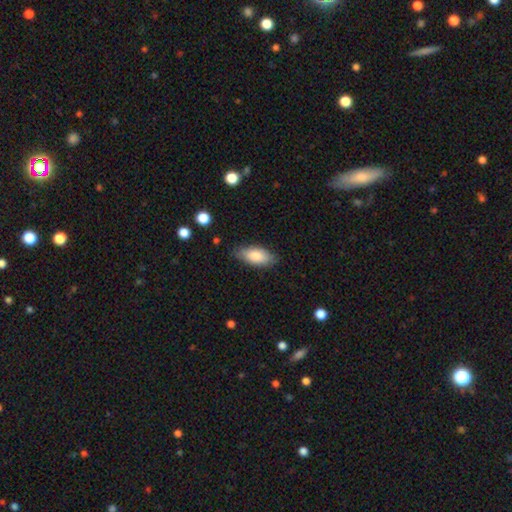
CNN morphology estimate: Q: Smooth or featured?
A: smooth (81%); runner-up: featured or disk (12%)
Q: How rounded?
A: in between (85%); runner-up: cigar-shaped (13%)
Q: Merging?
A: none (80%); runner-up: minor disturbance (16%)